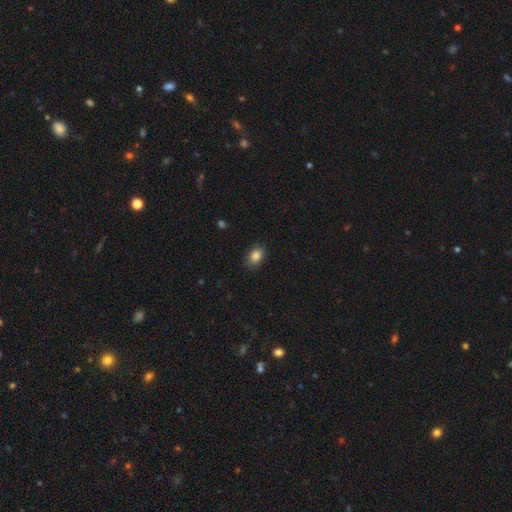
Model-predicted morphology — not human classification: Smooth or featured? smooth (86%)
How rounded? in between (72%)
Merging? none (82%)